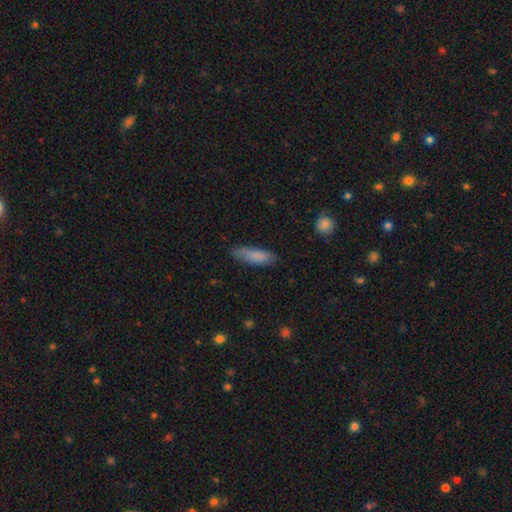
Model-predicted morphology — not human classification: smooth 83%, featured or disk 11%, star or artifact 6%. Down the decision tree: how rounded — cigar-shaped (60%); merging — none (77%).